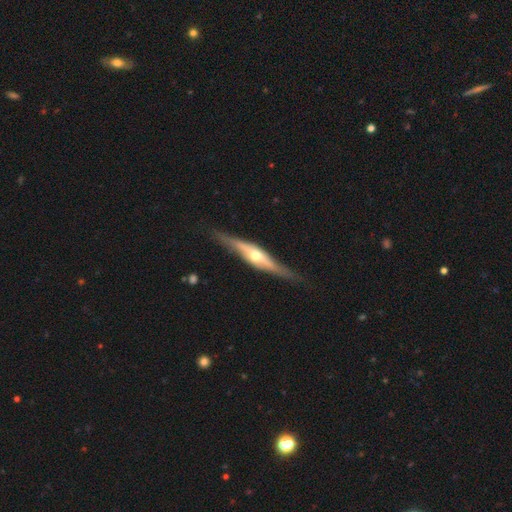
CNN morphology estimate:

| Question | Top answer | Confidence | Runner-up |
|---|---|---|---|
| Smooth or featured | featured or disk | 79% | smooth (16%) |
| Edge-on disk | yes | 95% | no (5%) |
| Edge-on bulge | rounded | 87% | boxy (9%) |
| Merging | none | 84% | minor disturbance (12%) |